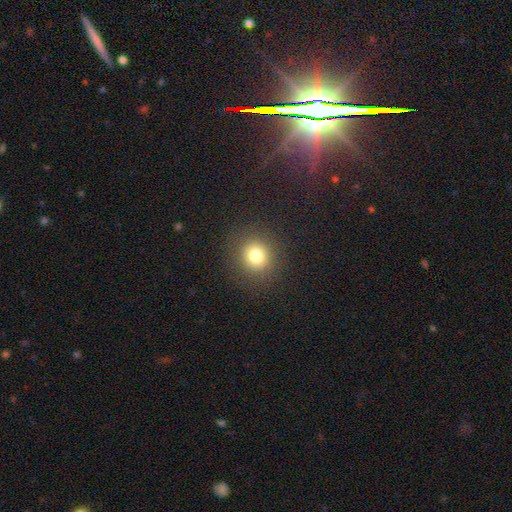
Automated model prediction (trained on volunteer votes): Morphology: type=smooth (78%); roundness=round (88%); merging=none (90%).